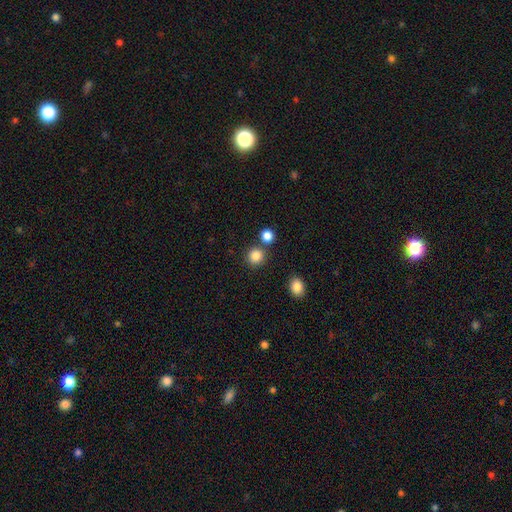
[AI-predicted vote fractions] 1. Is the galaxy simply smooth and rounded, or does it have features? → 85% smooth, 11% star or artifact, 4% featured or disk.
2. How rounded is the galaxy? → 90% round, 9% in between, 1% cigar-shaped.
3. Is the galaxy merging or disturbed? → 77% none, 13% merger, 7% minor disturbance, 3% major disturbance.